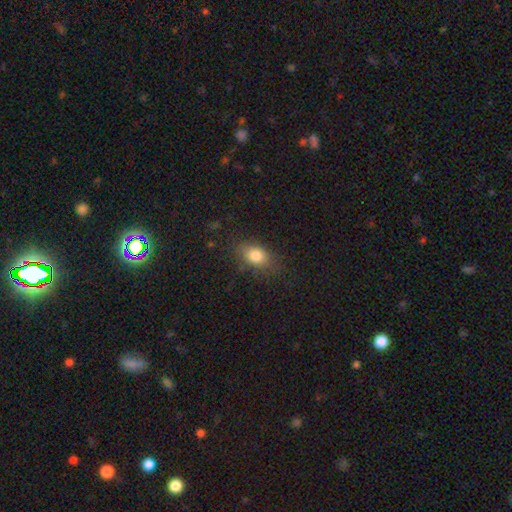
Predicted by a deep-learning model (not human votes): Smooth or featured?
  - smooth: 81% *
  - featured or disk: 10%
  - star or artifact: 10%
How rounded?
  - in between: 77% *
  - round: 20%
  - cigar-shaped: 3%
Merging?
  - none: 75% *
  - minor disturbance: 18%
  - major disturbance: 6%
  - merger: 1%